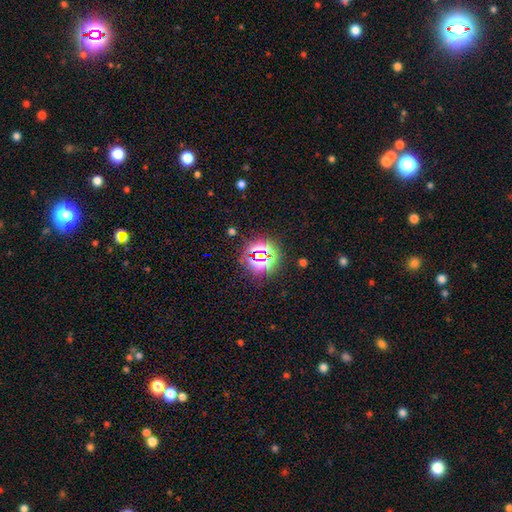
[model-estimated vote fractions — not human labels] This is likely a star or artifact rather than a galaxy (73%).